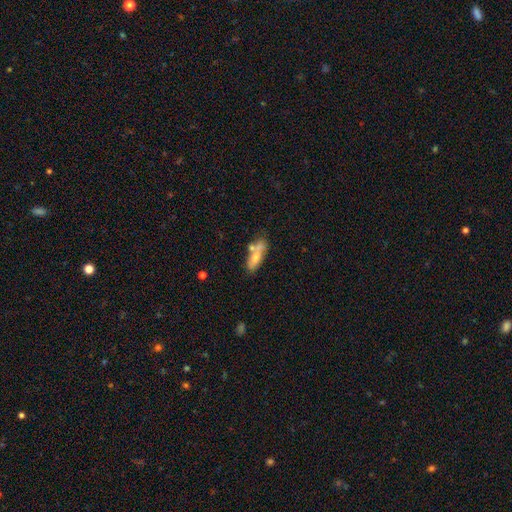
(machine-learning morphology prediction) This appears to be a smooth galaxy with no disk features (62%) that is in between round and cigar-shaped (65%). Merging: none (42%).